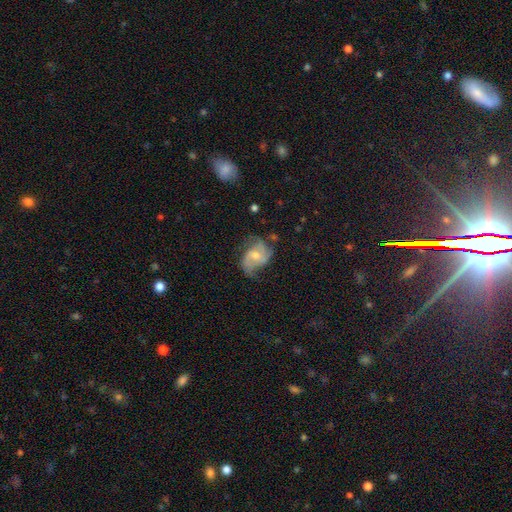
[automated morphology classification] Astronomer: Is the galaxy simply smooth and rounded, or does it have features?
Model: featured or disk — 70%.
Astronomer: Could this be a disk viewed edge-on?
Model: no — 97%.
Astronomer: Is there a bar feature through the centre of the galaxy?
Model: no — 52% (runner-up: weak, 40%).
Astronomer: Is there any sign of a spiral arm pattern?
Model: yes — 88%.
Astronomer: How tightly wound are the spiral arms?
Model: medium — 43% (runner-up: loose, 41%).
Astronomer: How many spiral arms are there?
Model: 2 — 68%.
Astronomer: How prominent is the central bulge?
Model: moderate — 49% (runner-up: small, 41%).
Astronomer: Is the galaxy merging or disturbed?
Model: none — 49% (runner-up: minor disturbance, 29%).